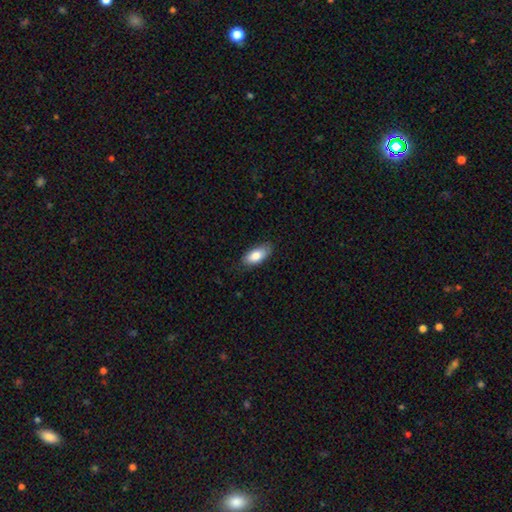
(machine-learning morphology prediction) A smooth galaxy with no disk features (82%) that is in between round and cigar-shaped (89%). Merging: none (80%).